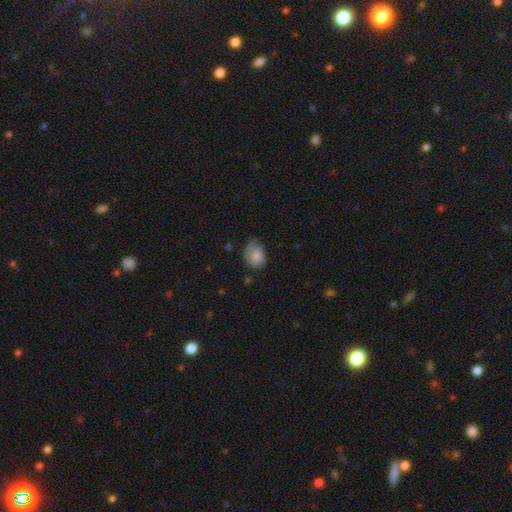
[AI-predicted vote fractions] Smooth or featured: smooth — 76% (featured or disk — 16%)
How rounded: in between — 65% (round — 34%)
Merging: none — 46% (minor disturbance — 38%)